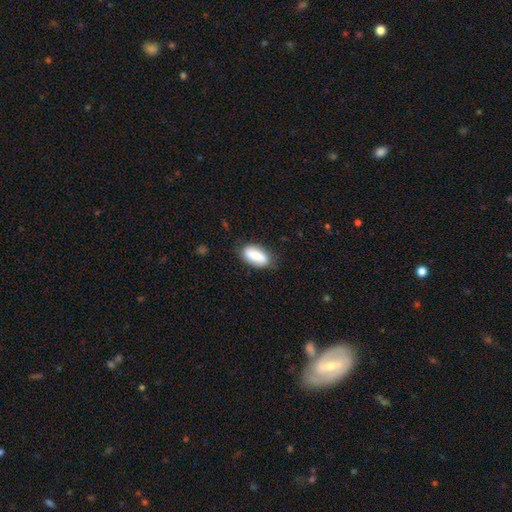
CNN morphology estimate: Smooth or featured: smooth — 80% (featured or disk — 13%)
How rounded: in between — 90% (cigar-shaped — 7%)
Merging: none — 78% (minor disturbance — 17%)